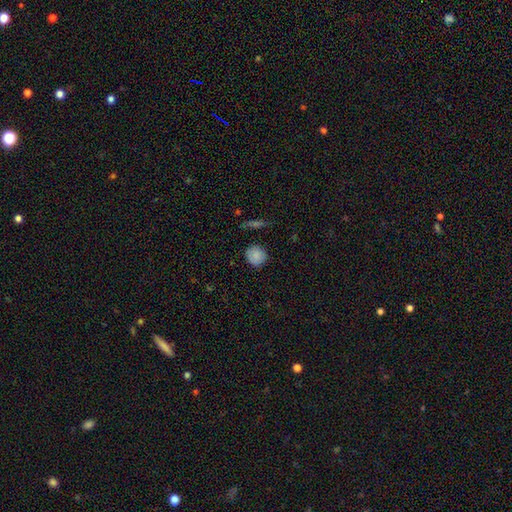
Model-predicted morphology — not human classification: Smooth or featured?
  - smooth: 84% *
  - star or artifact: 9%
  - featured or disk: 6%
How rounded?
  - round: 88% *
  - in between: 10%
  - cigar-shaped: 1%
Merging?
  - none: 82% *
  - minor disturbance: 13%
  - major disturbance: 3%
  - merger: 2%